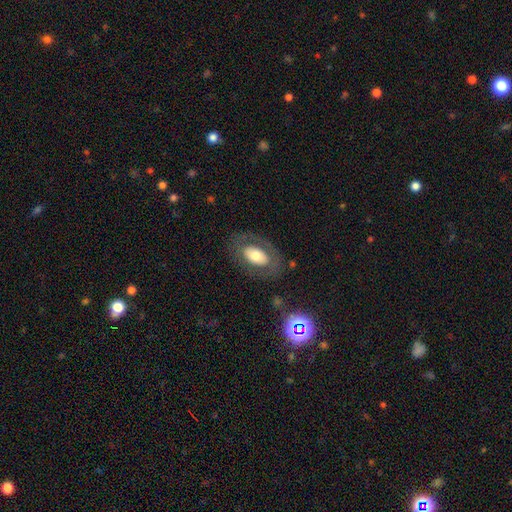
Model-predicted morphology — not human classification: Q: Smooth or featured?
A: smooth (55%); runner-up: featured or disk (38%)
Q: How rounded?
A: in between (90%); runner-up: round (9%)
Q: Merging?
A: none (75%); runner-up: minor disturbance (13%)